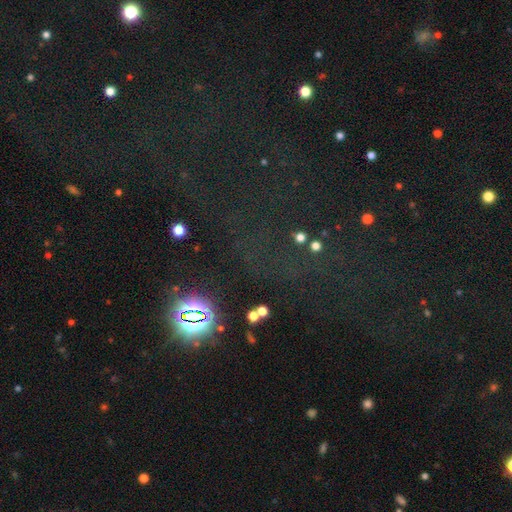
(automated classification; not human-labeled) Morphology: type=star or artifact (78%).